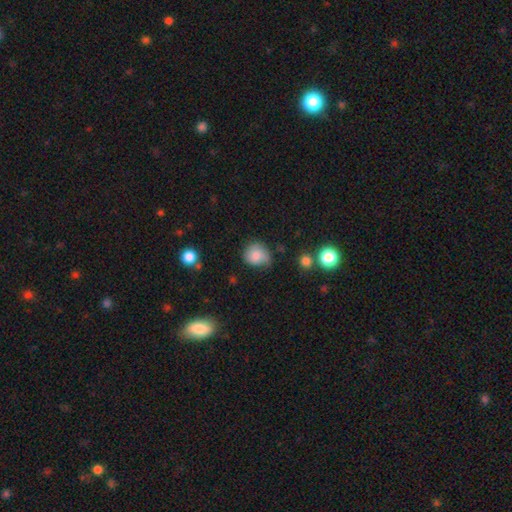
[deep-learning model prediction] smooth_or_featured: smooth (p=0.76) [alt: featured or disk p=0.15]
how_rounded: round (p=0.75) [alt: in between p=0.25]
merging: none (p=0.55) [alt: minor disturbance p=0.33]